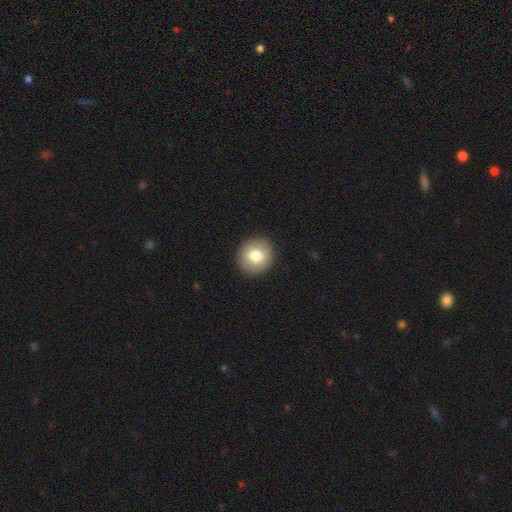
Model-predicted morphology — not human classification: Smooth or featured?
  - smooth: 78% *
  - featured or disk: 14%
  - star or artifact: 8%
How rounded?
  - round: 87% *
  - in between: 12%
  - cigar-shaped: 1%
Merging?
  - none: 92% *
  - minor disturbance: 5%
  - major disturbance: 2%
  - merger: 1%